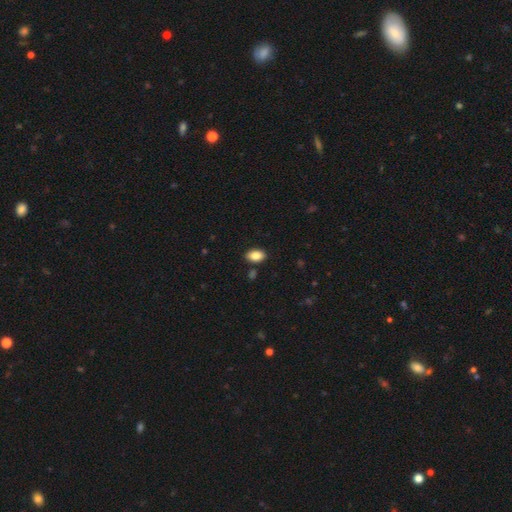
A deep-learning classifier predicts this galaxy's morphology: smooth_or_featured: smooth (p=0.87) [alt: star or artifact p=0.08]
how_rounded: in between (p=0.89) [alt: round p=0.10]
merging: none (p=0.87) [alt: minor disturbance p=0.08]